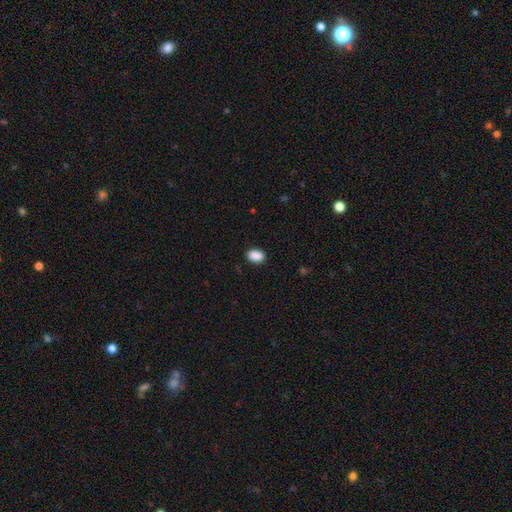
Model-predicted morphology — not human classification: smooth-or-featured: smooth: 90% | star or artifact: 8% | featured or disk: 2%
  how-rounded: in between: 87% | round: 12% | cigar-shaped: 1%
  merging: none: 88% | minor disturbance: 9% | major disturbance: 2% | merger: 1%